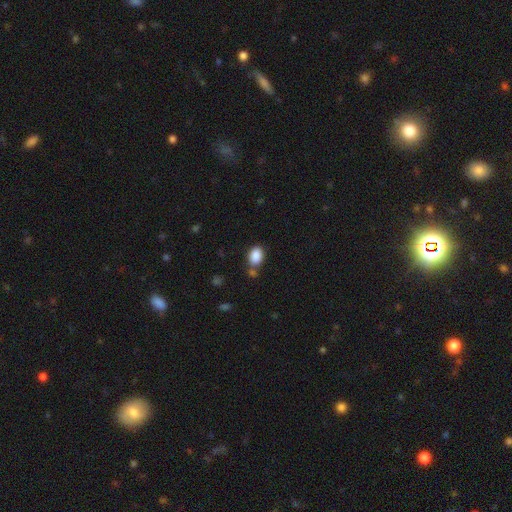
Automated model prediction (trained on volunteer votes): Smooth or featured? smooth (88%)
How rounded? in between (76%)
Merging? none (65%)